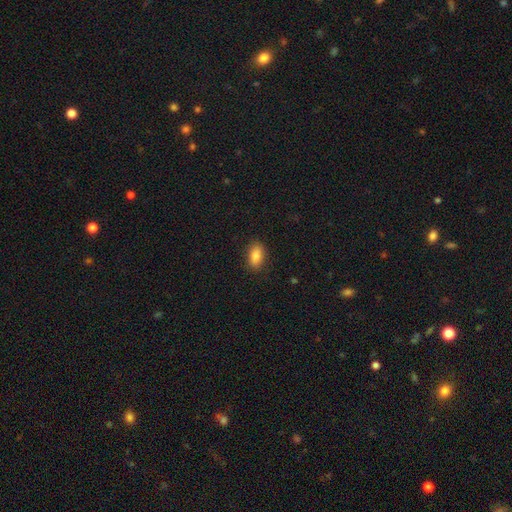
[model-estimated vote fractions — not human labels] Morphology: type=smooth (85%); roundness=in between (88%); merging=none (87%).